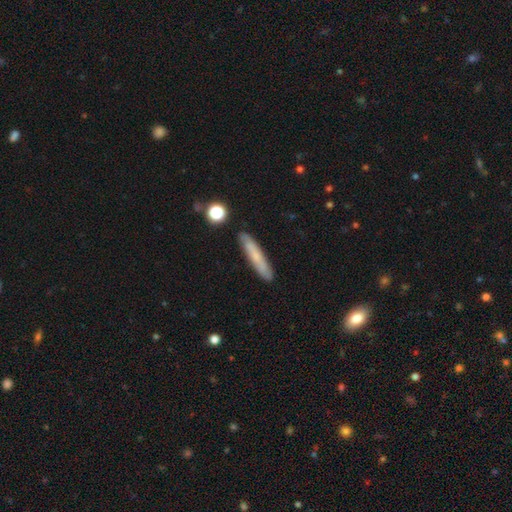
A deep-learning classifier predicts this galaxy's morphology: A smooth galaxy with no disk features (67%) that is cigar-shaped (91%).

Vote fractions:
- Smooth or featured? smooth: 67% / featured or disk: 25% / star or artifact: 7%
- How rounded? cigar-shaped: 91% / in between: 7% / round: 2%
- Merging? none: 87% / minor disturbance: 10% / major disturbance: 2% / merger: 2%